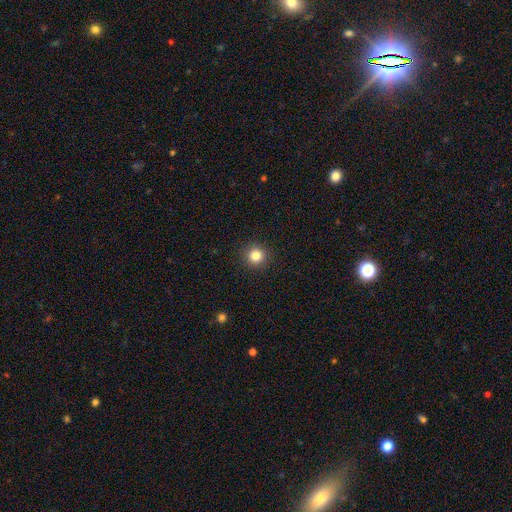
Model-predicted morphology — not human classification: Overall: smooth (83%). How rounded: round (95%). Merging: none (92%).